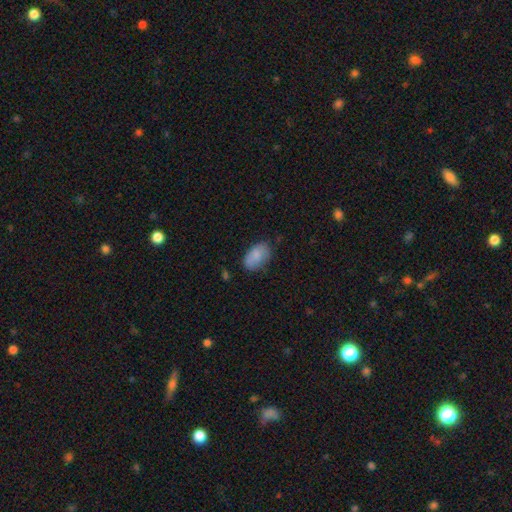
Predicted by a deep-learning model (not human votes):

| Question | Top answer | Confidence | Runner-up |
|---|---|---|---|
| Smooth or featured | smooth | 81% | featured or disk (12%) |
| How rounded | in between | 92% | round (7%) |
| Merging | none | 66% | minor disturbance (25%) |